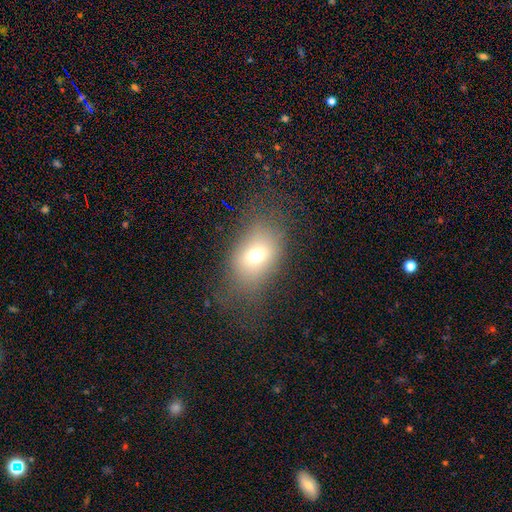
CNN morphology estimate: Q: Smooth or featured?
A: smooth (66%); runner-up: featured or disk (17%)
Q: How rounded?
A: in between (69%); runner-up: round (29%)
Q: Merging?
A: none (64%); runner-up: minor disturbance (19%)